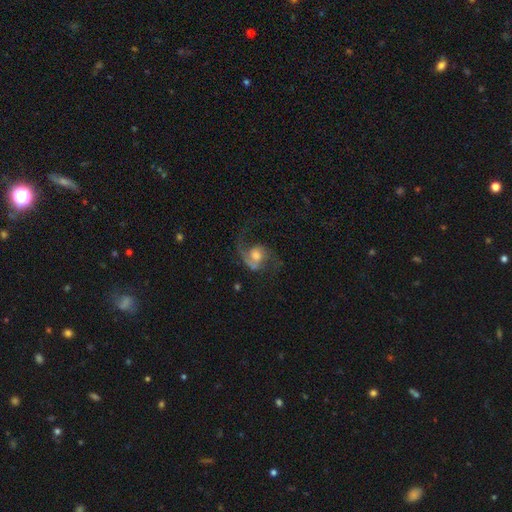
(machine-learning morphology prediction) Q: Smooth or featured?
A: featured or disk (79%); runner-up: smooth (14%)
Q: Edge-on disk?
A: no (97%); runner-up: yes (3%)
Q: Bar?
A: no (63%); runner-up: weak (31%)
Q: Spiral arms?
A: yes (94%); runner-up: no (6%)
Q: Spiral winding?
A: loose (48%); runner-up: medium (42%)
Q: Spiral arm count?
A: 2 (72%); runner-up: 1 (20%)
Q: Bulge size?
A: moderate (59%); runner-up: small (21%)
Q: Merging?
A: none (54%); runner-up: major disturbance (26%)